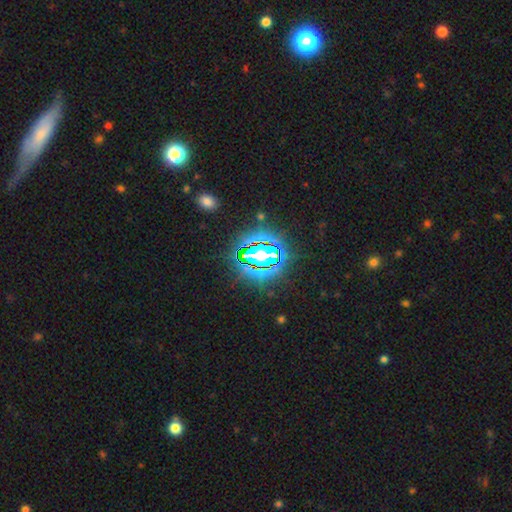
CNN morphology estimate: A star or artifact, not a galaxy (77%).